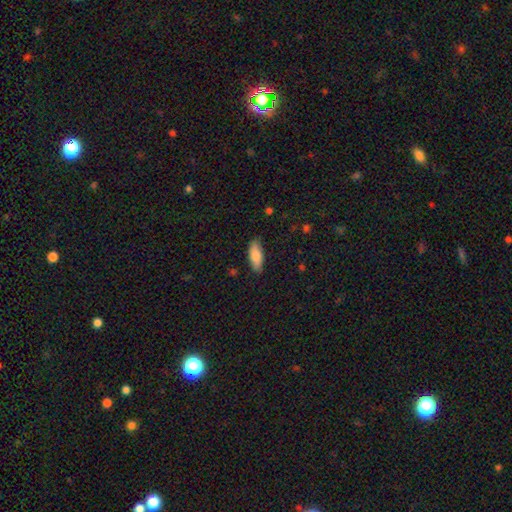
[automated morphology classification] smooth_or_featured: smooth (p=0.84) [alt: featured or disk p=0.10]
how_rounded: in between (p=0.68) [alt: cigar-shaped p=0.30]
merging: none (p=0.86) [alt: minor disturbance p=0.11]